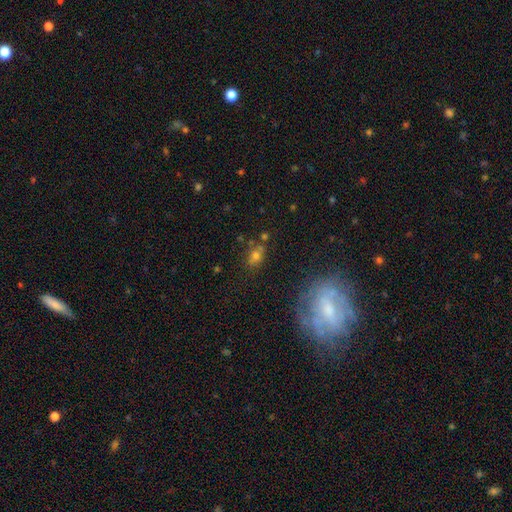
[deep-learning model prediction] smooth-or-featured: smooth: 58% | star or artifact: 24% | featured or disk: 18%
  how-rounded: in between: 57% | round: 40% | cigar-shaped: 3%
  merging: none: 65% | minor disturbance: 16% | merger: 12% | major disturbance: 7%